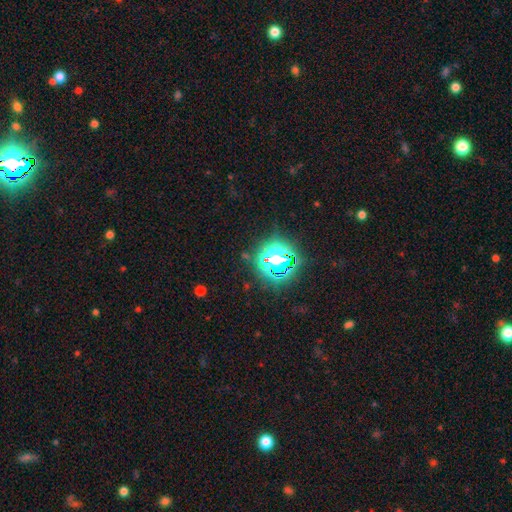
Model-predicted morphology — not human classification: A star or artifact, not a galaxy (82%).